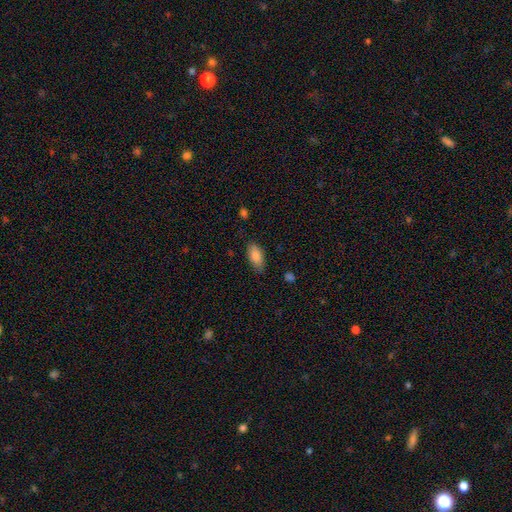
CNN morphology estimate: The model was most divided on "merging": none: 80%, minor disturbance: 15%, major disturbance: 3%, merger: 1%. More confident: how rounded — in between (89%); smooth or featured — smooth (85%).